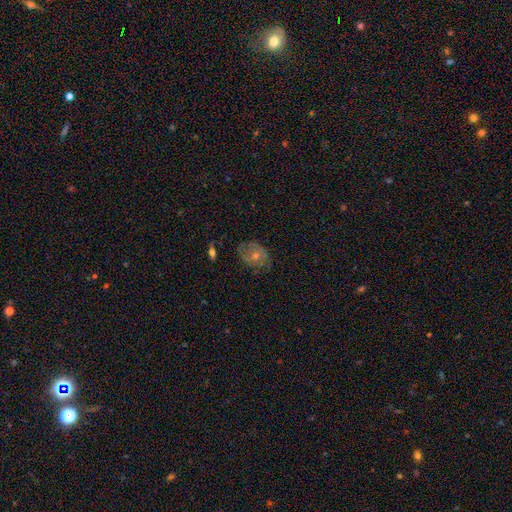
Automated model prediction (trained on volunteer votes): A featured or disk galaxy (53%) with no bar (83%), spiral arms (61%) and a moderate central bulge (53%). Merging: none (74%).